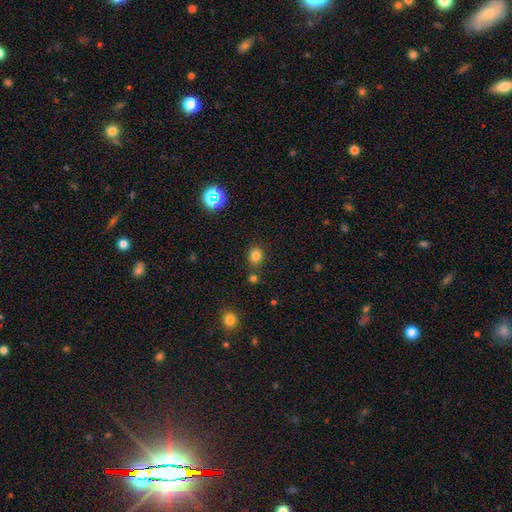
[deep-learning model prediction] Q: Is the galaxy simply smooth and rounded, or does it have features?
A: smooth — 80%.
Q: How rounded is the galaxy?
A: round — 63%.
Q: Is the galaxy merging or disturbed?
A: none — 77%.